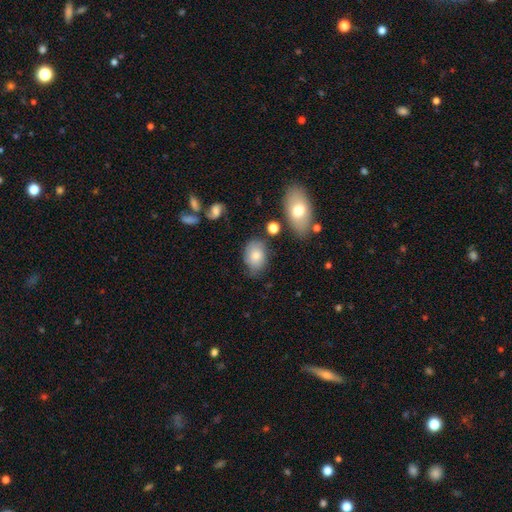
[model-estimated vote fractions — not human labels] smooth-or-featured: smooth: 78% | featured or disk: 15% | star or artifact: 8%
  how-rounded: in between: 80% | round: 19% | cigar-shaped: 1%
  merging: none: 64% | minor disturbance: 24% | major disturbance: 7% | merger: 4%